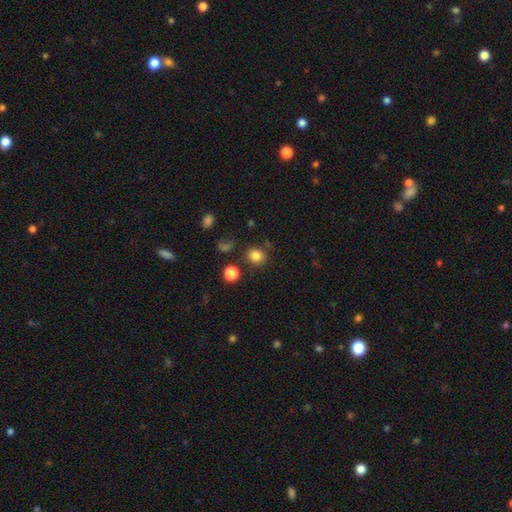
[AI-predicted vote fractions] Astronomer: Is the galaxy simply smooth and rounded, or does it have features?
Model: smooth — 82%.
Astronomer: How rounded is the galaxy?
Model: round — 75%.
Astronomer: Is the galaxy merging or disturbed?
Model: none — 80%.